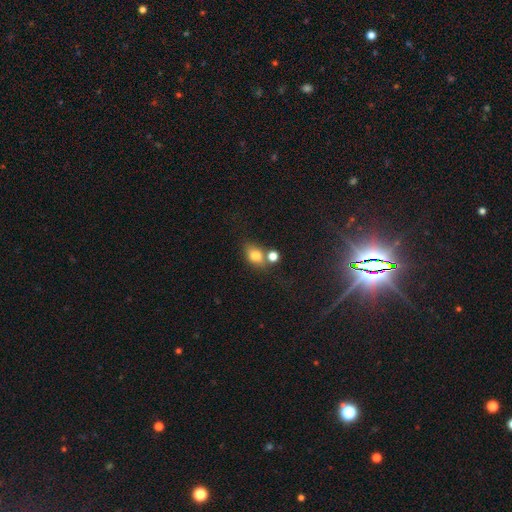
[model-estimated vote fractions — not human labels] This is likely a smooth galaxy (78%). How rounded: likely in between (61%). Merging: possibly none (53%).